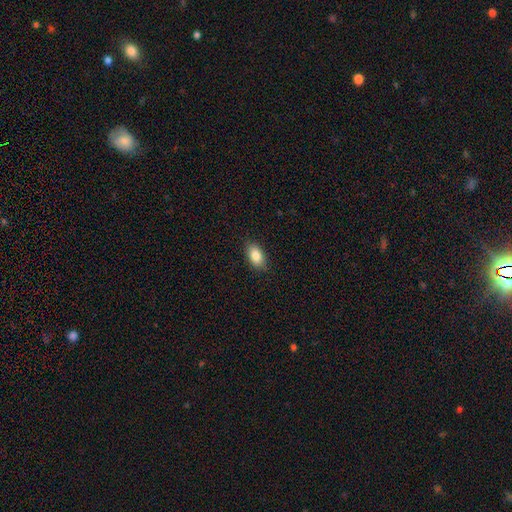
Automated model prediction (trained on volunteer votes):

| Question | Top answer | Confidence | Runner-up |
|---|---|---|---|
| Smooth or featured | smooth | 85% | featured or disk (7%) |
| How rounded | in between | 92% | round (5%) |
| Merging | none | 88% | minor disturbance (9%) |